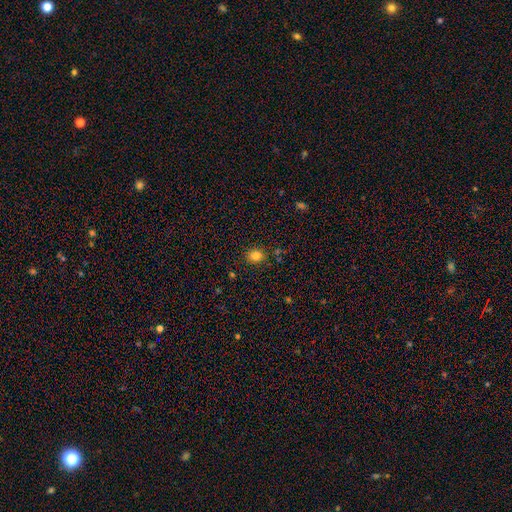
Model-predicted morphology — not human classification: smooth-or-featured: smooth: 82% | star or artifact: 13% | featured or disk: 6%
  how-rounded: round: 68% | in between: 31% | cigar-shaped: 1%
  merging: none: 86% | minor disturbance: 9% | major disturbance: 3% | merger: 2%